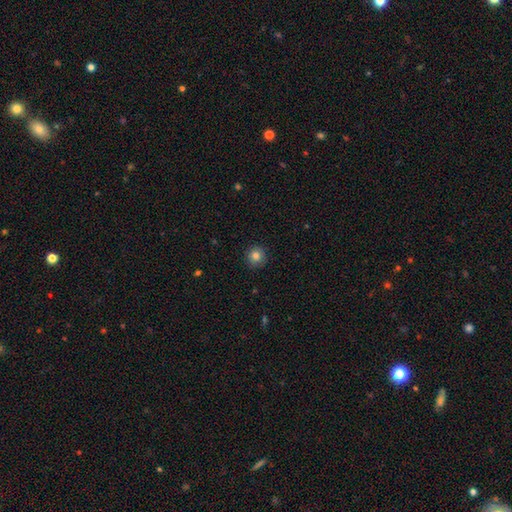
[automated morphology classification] Smooth or featured?
  - smooth: 83% *
  - star or artifact: 11%
  - featured or disk: 6%
How rounded?
  - round: 93% *
  - in between: 6%
  - cigar-shaped: 1%
Merging?
  - none: 91% *
  - minor disturbance: 6%
  - major disturbance: 2%
  - merger: 1%